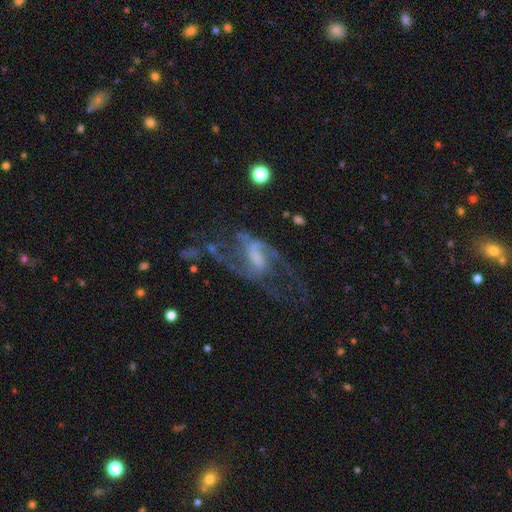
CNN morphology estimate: This appears to be a featured or disk galaxy (83%) with a weak bar (50%), 2 (76%) loose (47%) spiral arms (91%) and a moderate central bulge (32%). Merging: none (45%).